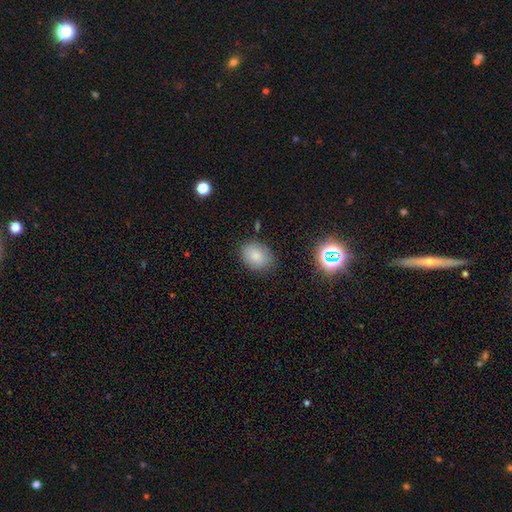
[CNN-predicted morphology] A smooth galaxy with no disk features (82%) that is in between round and cigar-shaped (65%).

Vote fractions:
- Smooth or featured? smooth: 82% / star or artifact: 10% / featured or disk: 8%
- How rounded? in between: 65% / round: 34% / cigar-shaped: 1%
- Merging? none: 80% / minor disturbance: 14% / major disturbance: 4% / merger: 2%